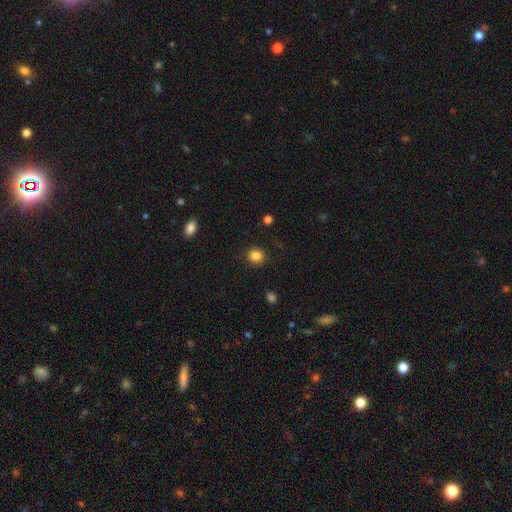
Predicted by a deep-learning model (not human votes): The model was most divided on "smooth or featured": smooth: 85%, star or artifact: 11%, featured or disk: 4%. More confident: merging — none (90%); how rounded — round (87%).